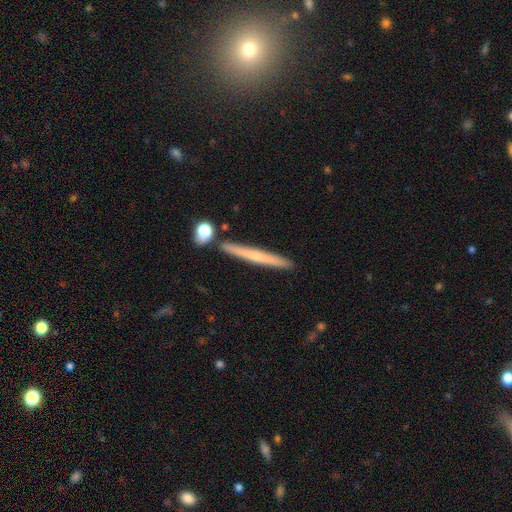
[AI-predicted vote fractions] A featured or disk galaxy (50%).

Vote fractions:
- Smooth or featured? featured or disk: 50% / smooth: 43% / star or artifact: 7%
- Merging? none: 88% / minor disturbance: 7% / merger: 4% / major disturbance: 2%